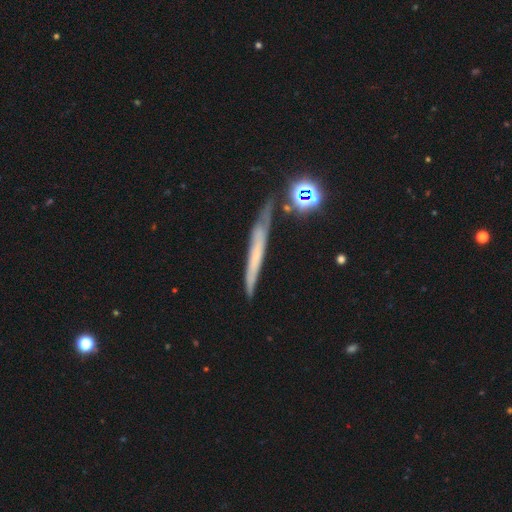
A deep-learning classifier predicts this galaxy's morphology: smooth_or_featured: featured or disk (p=0.53) [alt: smooth p=0.33]
disk_edge_on: yes (p=0.82) [alt: no p=0.18]
merging: none (p=0.66) [alt: minor disturbance p=0.22]